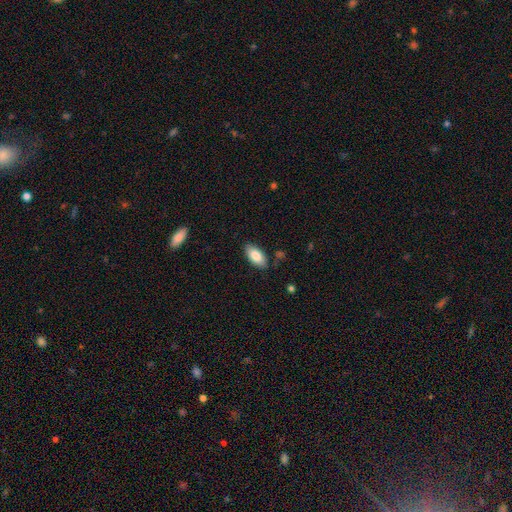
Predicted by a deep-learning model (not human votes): smooth 85%, featured or disk 9%, star or artifact 6%. Down the decision tree: how rounded — in between (92%); merging — none (84%).